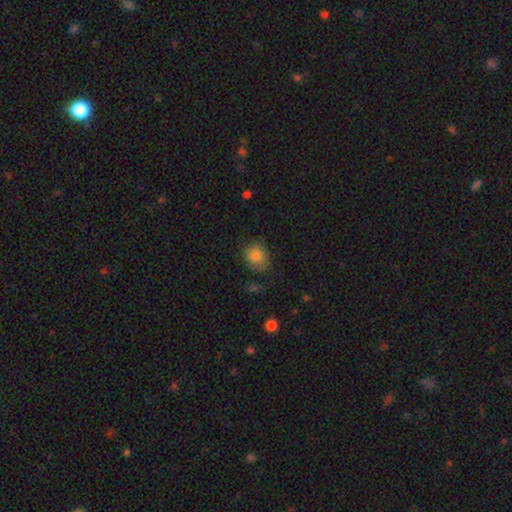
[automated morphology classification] Smooth or featured: smooth — 83% (star or artifact — 9%)
How rounded: round — 59% (in between — 40%)
Merging: none — 68% (minor disturbance — 23%)